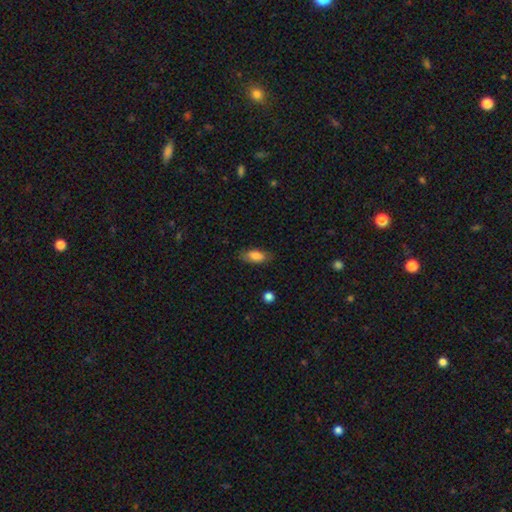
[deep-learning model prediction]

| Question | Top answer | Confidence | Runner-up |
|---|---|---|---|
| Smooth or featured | smooth | 81% | featured or disk (11%) |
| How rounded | in between | 88% | cigar-shaped (8%) |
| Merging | none | 80% | minor disturbance (16%) |